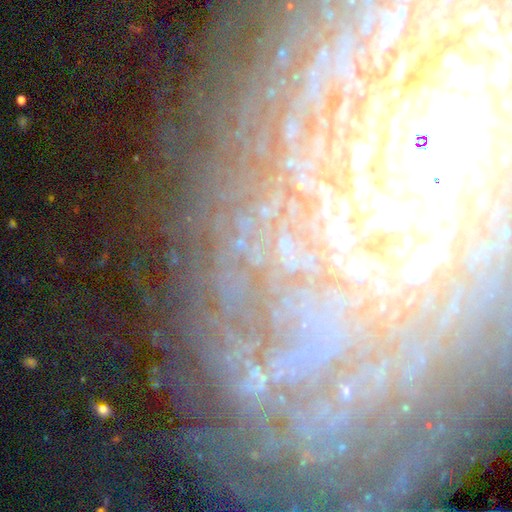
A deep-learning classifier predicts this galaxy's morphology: Overall: featured or disk (43%; star or artifact 42%). Merging: none (60%).